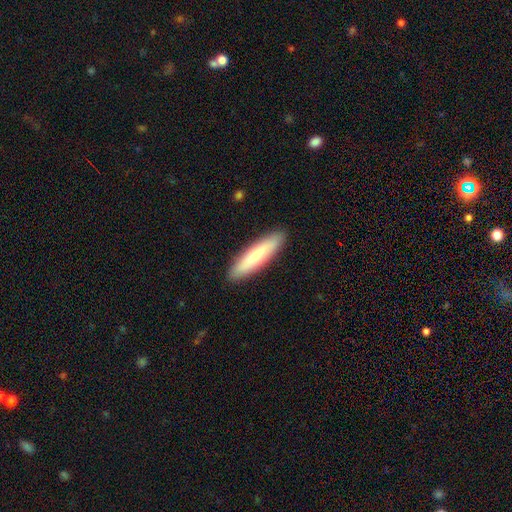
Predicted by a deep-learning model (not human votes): The model was most divided on "smooth or featured": smooth: 72%, featured or disk: 23%, star or artifact: 5%. More confident: merging — none (91%); how rounded — cigar-shaped (80%).